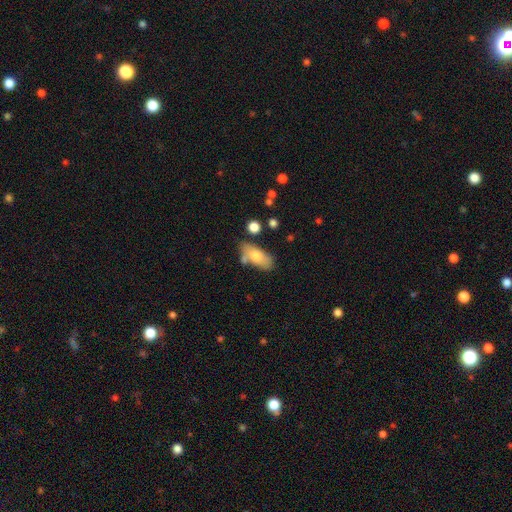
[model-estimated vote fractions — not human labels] The model was most divided on "merging": none: 58%, minor disturbance: 21%, merger: 15%, major disturbance: 6%. More confident: how rounded — in between (86%); smooth or featured — smooth (72%).